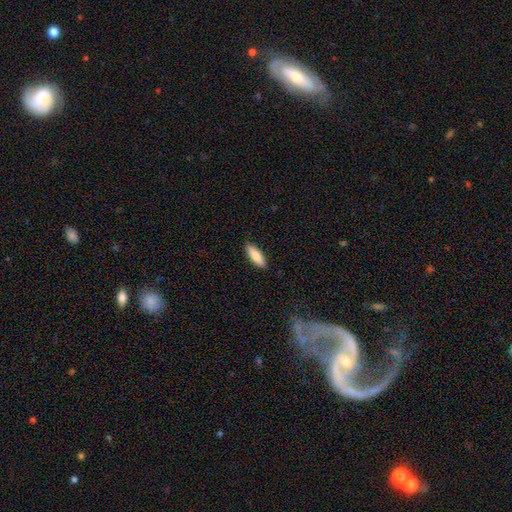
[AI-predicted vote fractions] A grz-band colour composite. It shows a smooth galaxy with no disk features (77%) that is in between round and cigar-shaped (51%). Merging: none (90%).